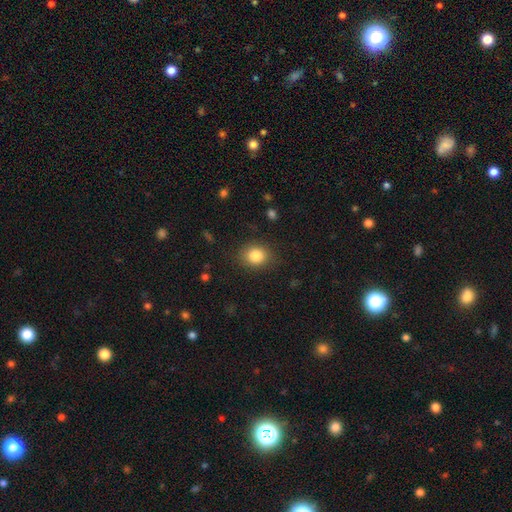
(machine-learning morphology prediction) A smooth galaxy with no disk features (85%) that is round (63%).

Vote fractions:
- Smooth or featured? smooth: 85% / star or artifact: 10% / featured or disk: 6%
- How rounded? round: 63% / in between: 36% / cigar-shaped: 1%
- Merging? none: 84% / minor disturbance: 11% / major disturbance: 4% / merger: 1%